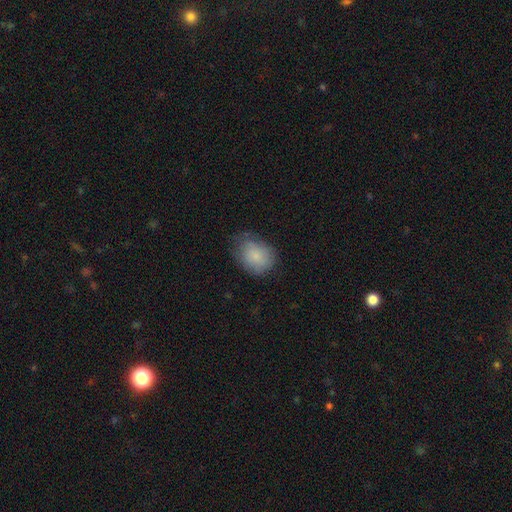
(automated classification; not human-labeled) smooth_or_featured: smooth (p=0.81) [alt: featured or disk p=0.12]
how_rounded: in between (p=0.56) [alt: round p=0.43]
merging: none (p=0.60) [alt: minor disturbance p=0.29]